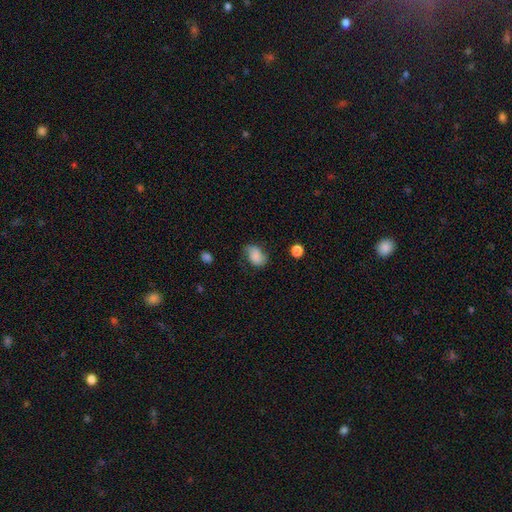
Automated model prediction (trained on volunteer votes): Smooth or featured?
  - smooth: 73% *
  - featured or disk: 17%
  - star or artifact: 9%
How rounded?
  - in between: 80% *
  - round: 19%
  - cigar-shaped: 1%
Merging?
  - none: 57% *
  - minor disturbance: 30%
  - major disturbance: 11%
  - merger: 2%